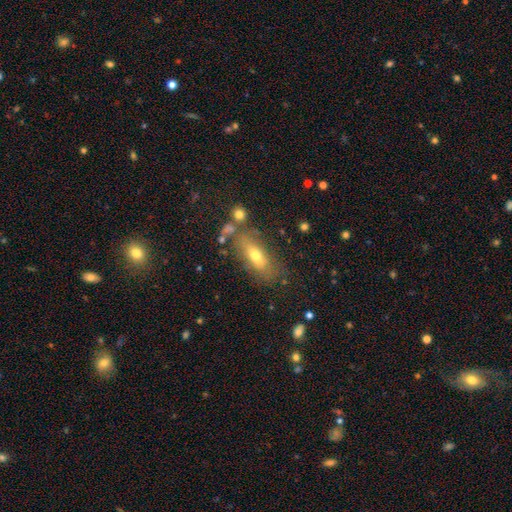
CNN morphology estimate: Smooth or featured? Predicted: smooth (p=0.56). How rounded? Predicted: in between (p=0.67). Merging? Predicted: none (p=0.68).